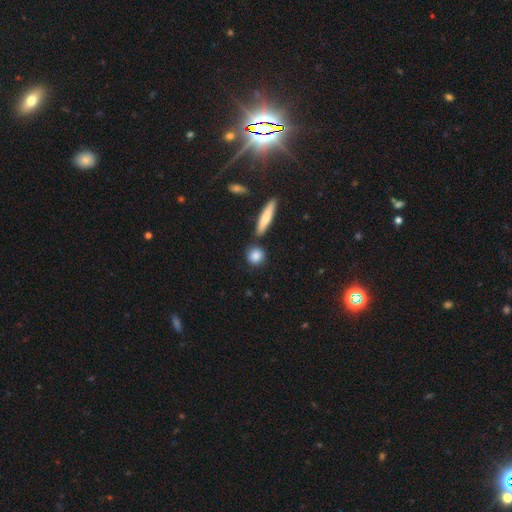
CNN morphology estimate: A smooth galaxy with no disk features (84%) that is round (74%). Merging: none (76%).